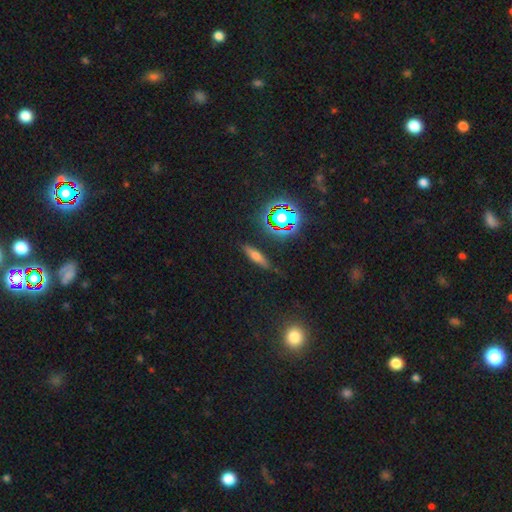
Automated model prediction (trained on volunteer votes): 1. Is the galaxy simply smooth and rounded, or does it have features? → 50% smooth, 28% featured or disk, 22% star or artifact.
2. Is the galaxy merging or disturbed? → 83% none, 12% minor disturbance, 3% major disturbance, 2% merger.